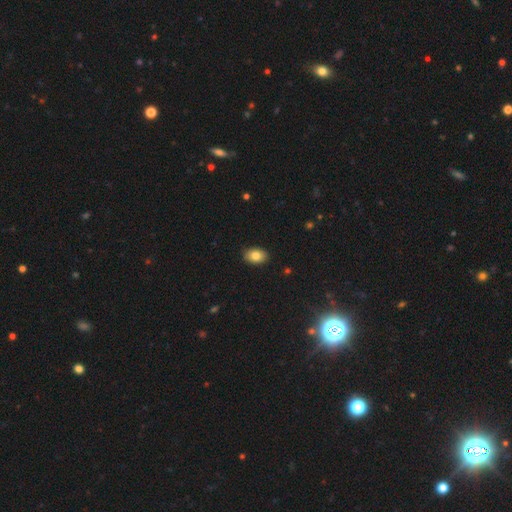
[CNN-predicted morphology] Smooth or featured? smooth (82%)
How rounded? in between (86%)
Merging? none (89%)